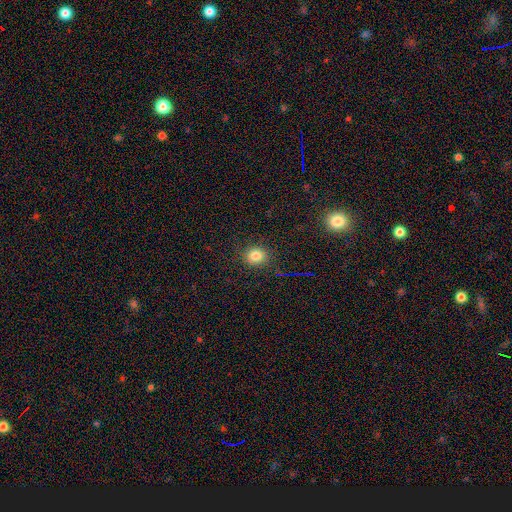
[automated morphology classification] smooth_or_featured: smooth (p=0.80) [alt: star or artifact p=0.14]
how_rounded: round (p=0.74) [alt: in between p=0.25]
merging: none (p=0.86) [alt: minor disturbance p=0.09]